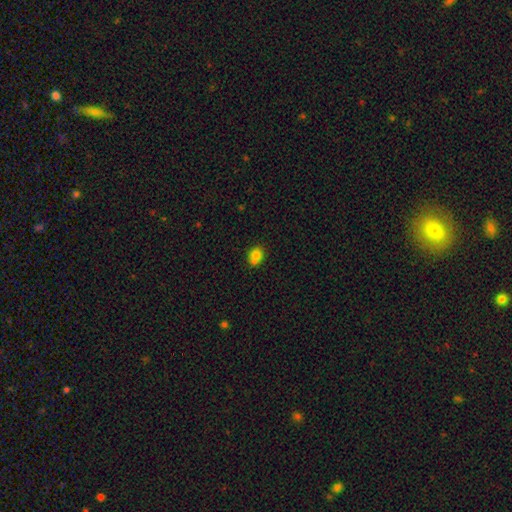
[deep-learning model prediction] A smooth galaxy with no disk features (82%) that is in between round and cigar-shaped (62%). Merging: none (71%).